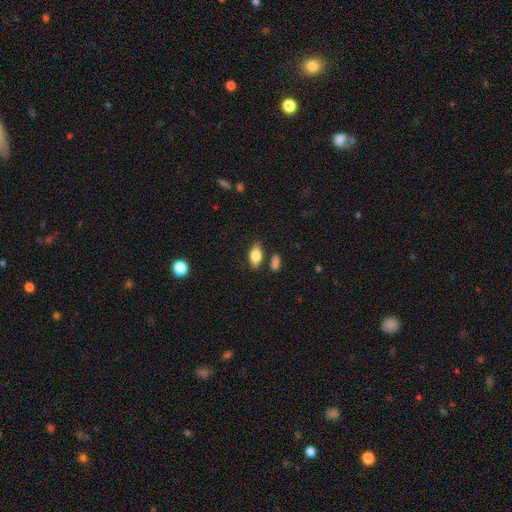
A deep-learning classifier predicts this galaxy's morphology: type=smooth (79%); roundness=in between (86%); merging=none (76%).